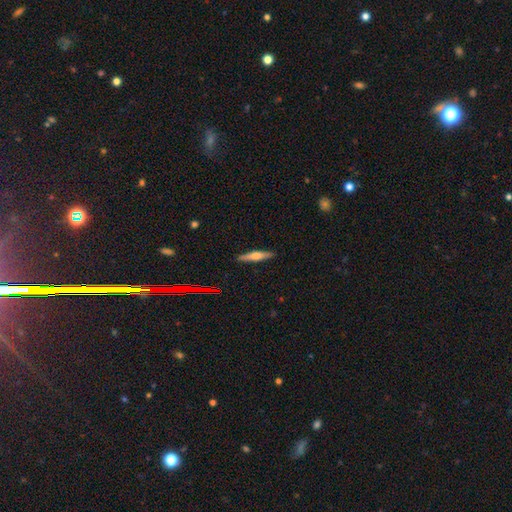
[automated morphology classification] smooth-or-featured: featured or disk: 47% | smooth: 45% | star or artifact: 7%
  merging: none: 90% | minor disturbance: 7% | major disturbance: 2% | merger: 1%